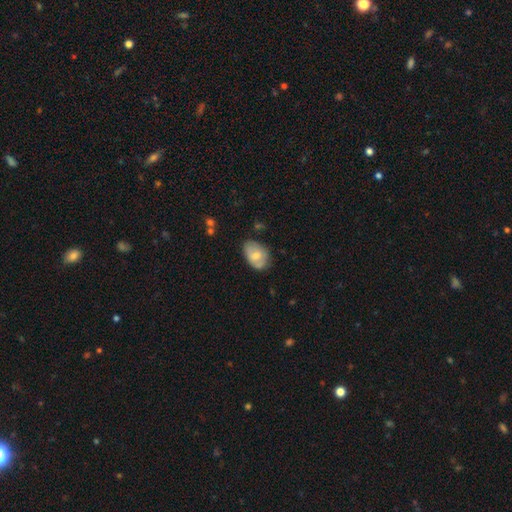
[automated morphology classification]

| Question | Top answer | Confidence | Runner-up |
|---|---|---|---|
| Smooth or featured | smooth | 66% | featured or disk (28%) |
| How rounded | in between | 84% | round (15%) |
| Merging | none | 65% | minor disturbance (27%) |